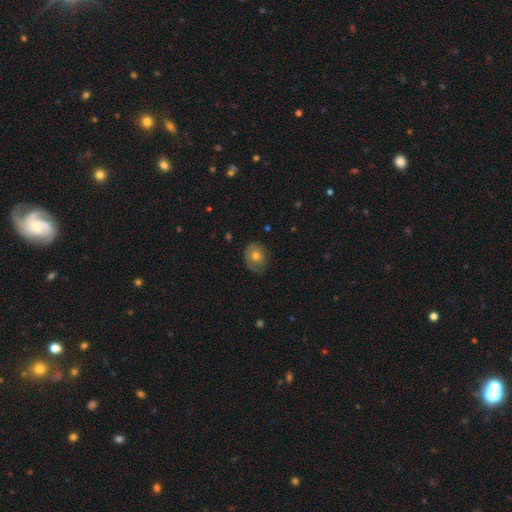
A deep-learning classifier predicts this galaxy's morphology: Q: Smooth or featured?
A: smooth (66%); runner-up: featured or disk (25%)
Q: How rounded?
A: round (60%); runner-up: in between (39%)
Q: Merging?
A: none (69%); runner-up: minor disturbance (23%)